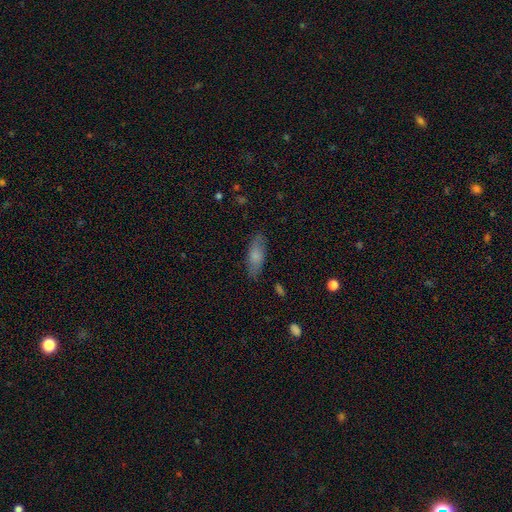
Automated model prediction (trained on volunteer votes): This is likely a smooth galaxy (73%). How rounded: likely in between (67%). Merging: clearly none (81%).